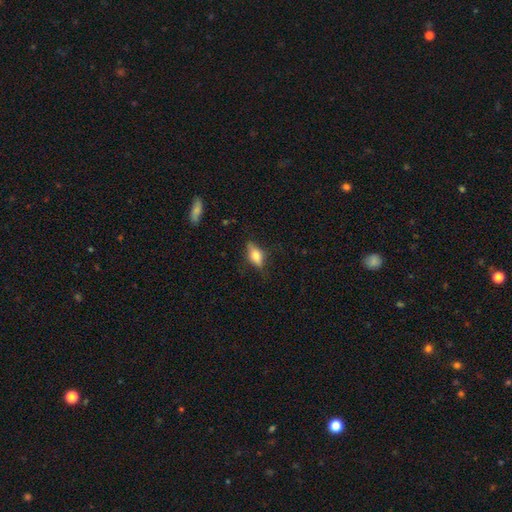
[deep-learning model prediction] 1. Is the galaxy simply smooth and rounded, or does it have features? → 63% smooth, 29% featured or disk, 8% star or artifact.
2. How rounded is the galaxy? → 79% in between, 15% cigar-shaped, 6% round.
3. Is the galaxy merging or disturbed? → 72% none, 21% minor disturbance, 6% major disturbance, 1% merger.